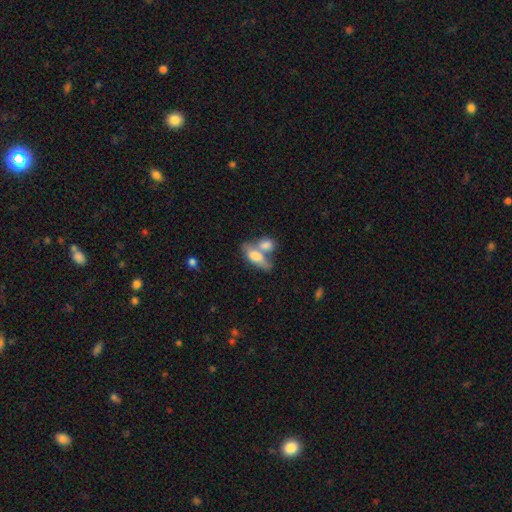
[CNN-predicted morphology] Overall: smooth (72%). How rounded: in between (82%). Merging: merger (58%; none 26%).